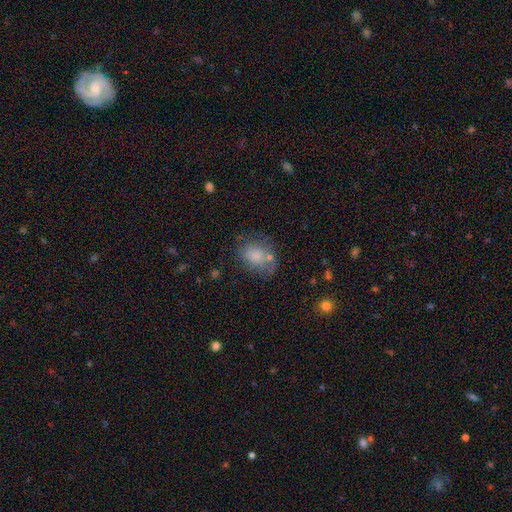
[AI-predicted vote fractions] Smooth or featured?
  - smooth: 75% *
  - featured or disk: 16%
  - star or artifact: 9%
How rounded?
  - in between: 58% *
  - round: 41%
  - cigar-shaped: 1%
Merging?
  - none: 52% *
  - minor disturbance: 24%
  - major disturbance: 12%
  - merger: 11%